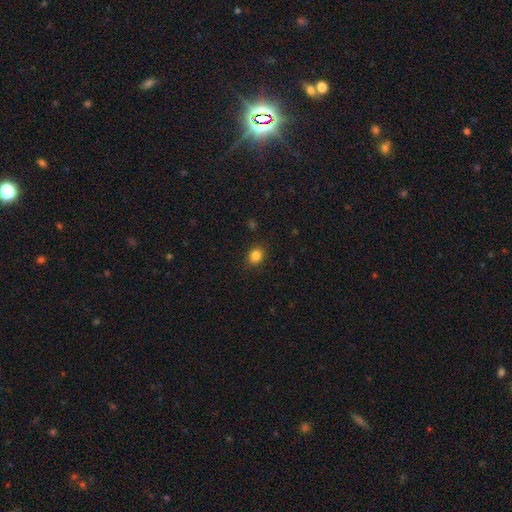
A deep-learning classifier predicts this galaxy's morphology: A smooth galaxy with no disk features (84%) that is round (66%).

Vote fractions:
- Smooth or featured? smooth: 84% / star or artifact: 12% / featured or disk: 5%
- How rounded? round: 66% / in between: 33% / cigar-shaped: 1%
- Merging? none: 89% / minor disturbance: 8% / major disturbance: 2% / merger: 1%